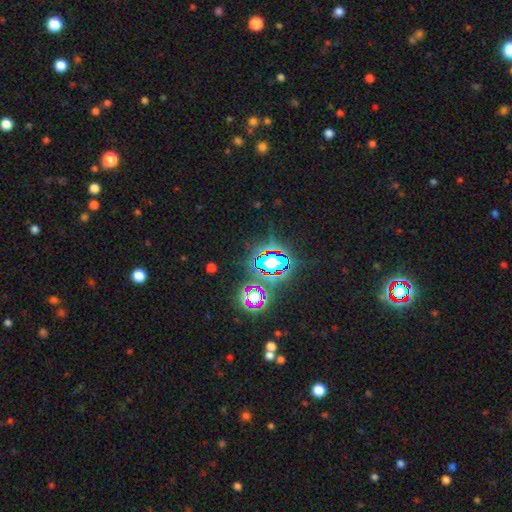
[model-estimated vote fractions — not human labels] Smooth or featured: star or artifact — 82% (smooth — 11%)